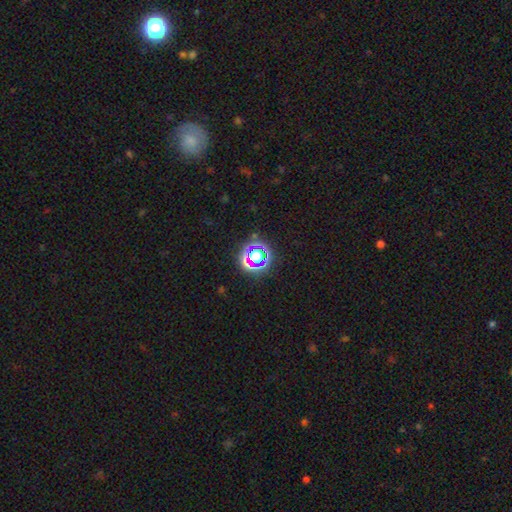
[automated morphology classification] A star or artifact, not a galaxy (60%).

Vote fractions:
- Smooth or featured? star or artifact: 60% / smooth: 28% / featured or disk: 12%